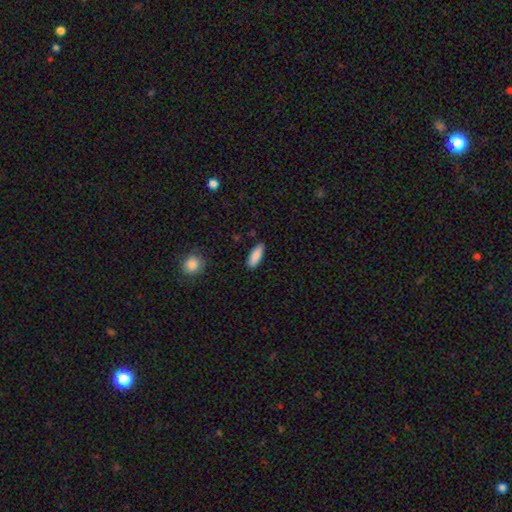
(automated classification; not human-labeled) Smooth or featured: smooth — 87% (star or artifact — 6%)
How rounded: in between — 59% (cigar-shaped — 40%)
Merging: none — 88% (minor disturbance — 9%)